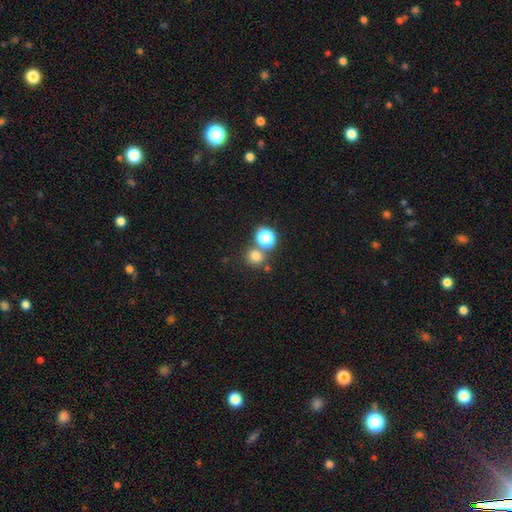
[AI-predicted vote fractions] This appears to be a smooth galaxy with no disk features (74%) that is round (86%). Merging: none (67%).